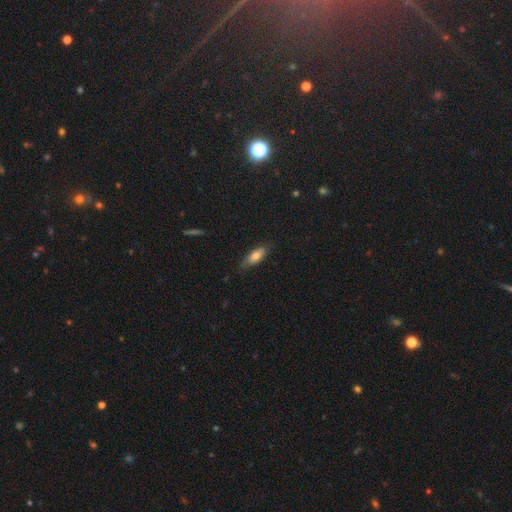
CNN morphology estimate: A smooth galaxy with no disk features (76%) that is in between round and cigar-shaped (72%). Merging: none (76%).